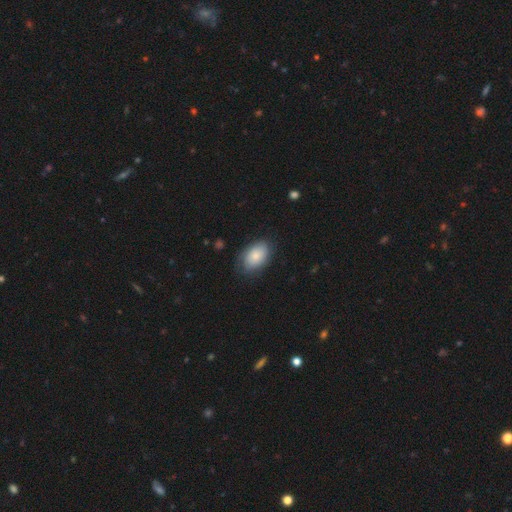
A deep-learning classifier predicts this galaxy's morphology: This is clearly a smooth galaxy (81%). How rounded: clearly in between (89%). Merging: likely none (76%).